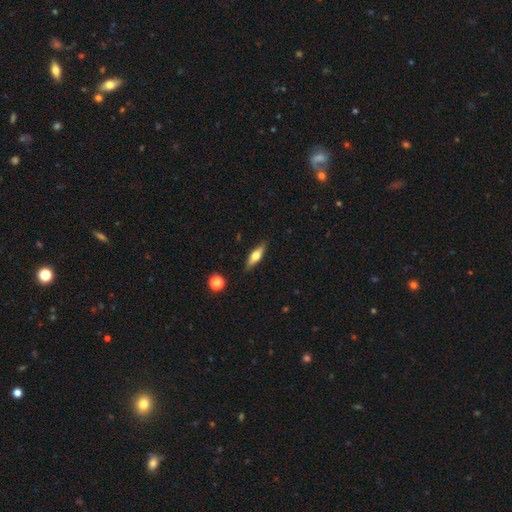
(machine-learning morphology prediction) A featured or disk galaxy (47%, tied with smooth). Merging: none (88%).